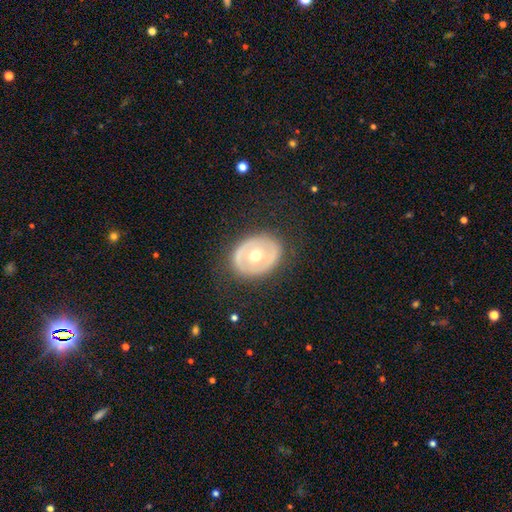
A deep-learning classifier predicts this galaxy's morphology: This is possibly a featured or disk galaxy (55%). It is clearly not viewed edge-on (92%). Bar: clearly no (86%). Spiral arm pattern: clearly no (90%). Central bulge: likely moderate (77%). Merging: likely none (80%).